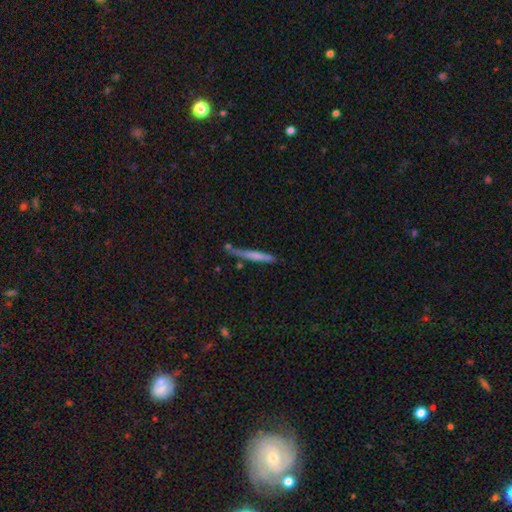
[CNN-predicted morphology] Smooth or featured? Predicted: smooth (p=0.57). How rounded? Predicted: cigar-shaped (p=0.96). Merging? Predicted: none (p=0.71).